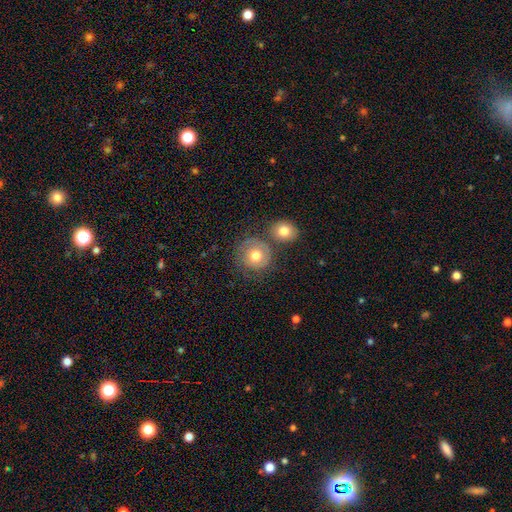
A smooth galaxy with no disk features (56%) that is round (95%).

Vote fractions:
- Smooth or featured? smooth: 56% / featured or disk: 36% / star or artifact: 8%
- How rounded? round: 95% / in between: 5% / cigar-shaped: 0%
- Merging? none: 67% / minor disturbance: 17% / merger: 11% / major disturbance: 6%